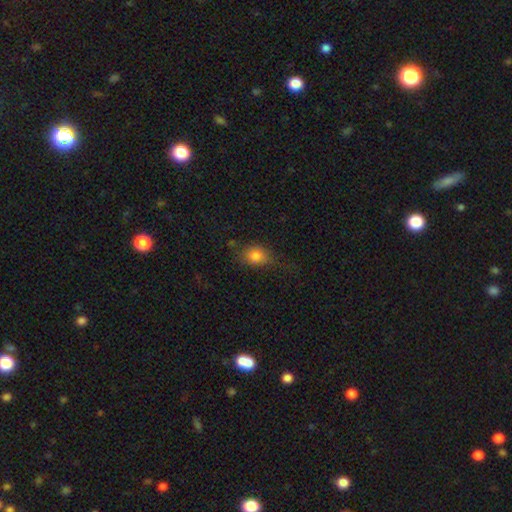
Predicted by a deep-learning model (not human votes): Overall: smooth (78%). How rounded: in between (58%; round 40%). Merging: none (62%; minor disturbance 25%).